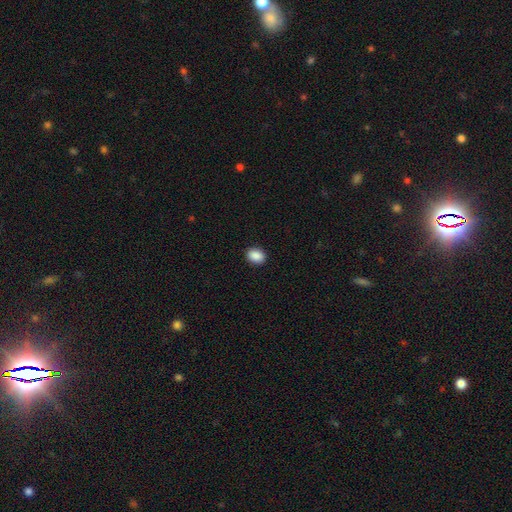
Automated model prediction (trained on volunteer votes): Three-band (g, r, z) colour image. It shows a smooth galaxy with no disk features (90%) that is in between round and cigar-shaped (67%). Merging: none (91%).